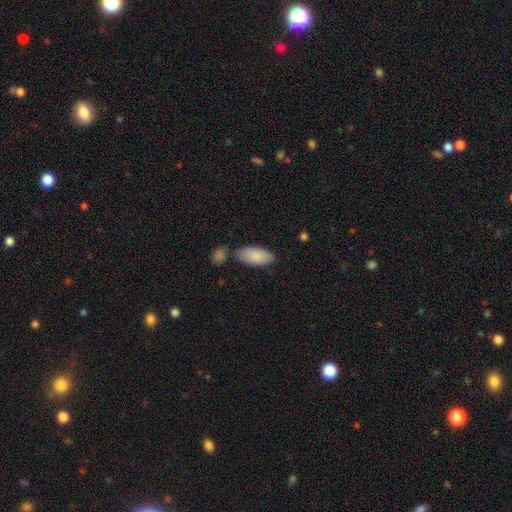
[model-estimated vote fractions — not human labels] smooth_or_featured: smooth (p=0.87) [alt: featured or disk p=0.08]
how_rounded: in between (p=0.91) [alt: cigar-shaped p=0.07]
merging: none (p=0.69) [alt: minor disturbance p=0.15]